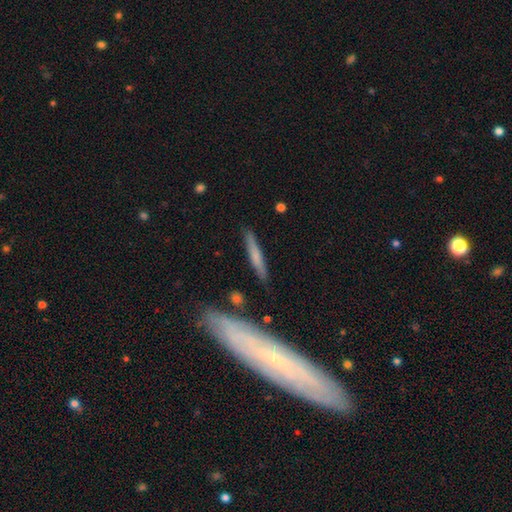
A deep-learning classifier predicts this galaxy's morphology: Smooth or featured? Predicted: smooth (p=0.56). How rounded? Predicted: cigar-shaped (p=0.91). Merging? Predicted: none (p=0.82).